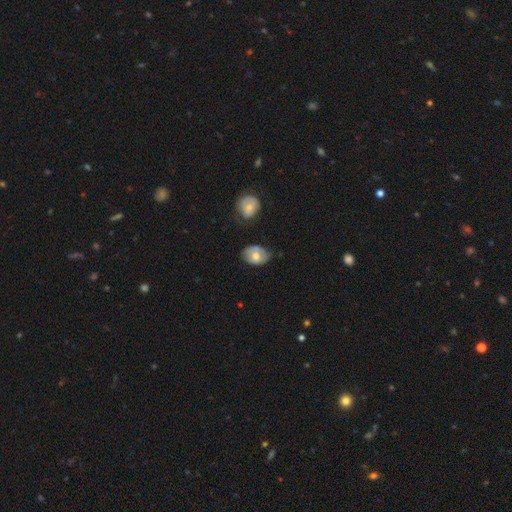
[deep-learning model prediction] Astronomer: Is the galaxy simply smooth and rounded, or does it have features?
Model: smooth — 63%.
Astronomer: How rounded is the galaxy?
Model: in between — 71%.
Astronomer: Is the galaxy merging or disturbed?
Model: none — 60%.